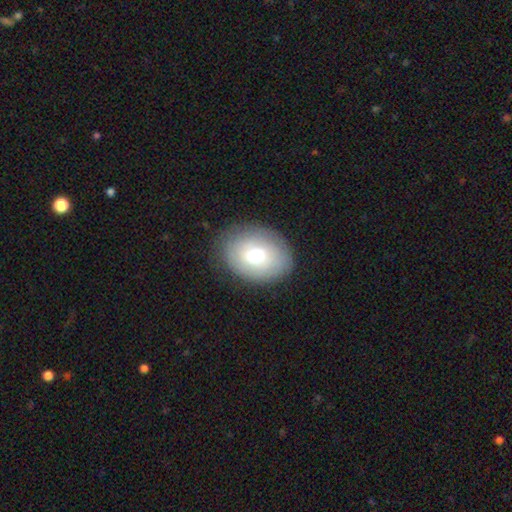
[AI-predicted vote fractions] Smooth or featured: smooth — 67% (featured or disk — 25%)
How rounded: in between — 72% (round — 27%)
Merging: none — 81% (minor disturbance — 13%)